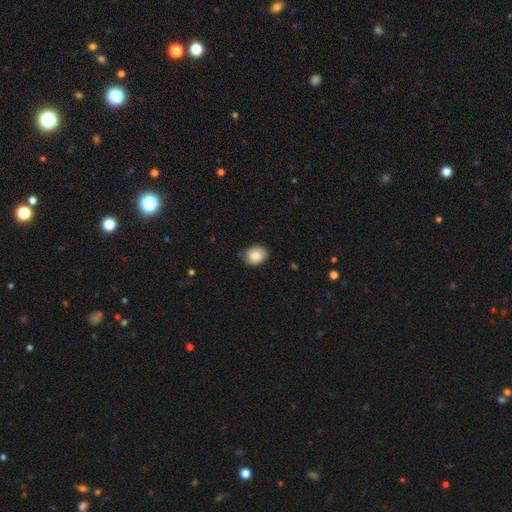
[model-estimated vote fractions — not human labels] Smooth or featured? smooth (77%)
How rounded? round (50%)
Merging? none (74%)